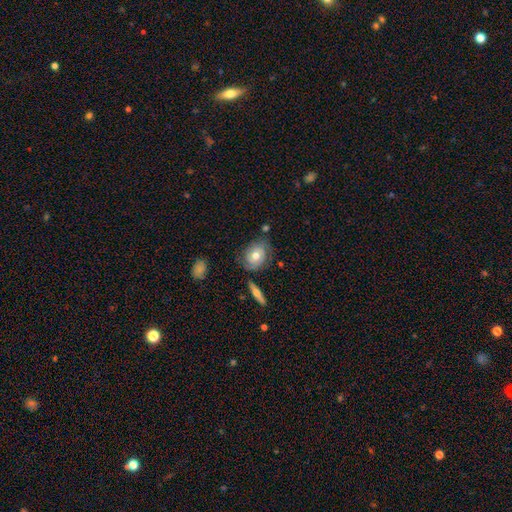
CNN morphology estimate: Smooth or featured?
  - featured or disk: 52% *
  - smooth: 40%
  - star or artifact: 7%
Edge-on disk?
  - no: 90% *
  - yes: 10%
Merging?
  - none: 67% *
  - minor disturbance: 22%
  - major disturbance: 7%
  - merger: 4%